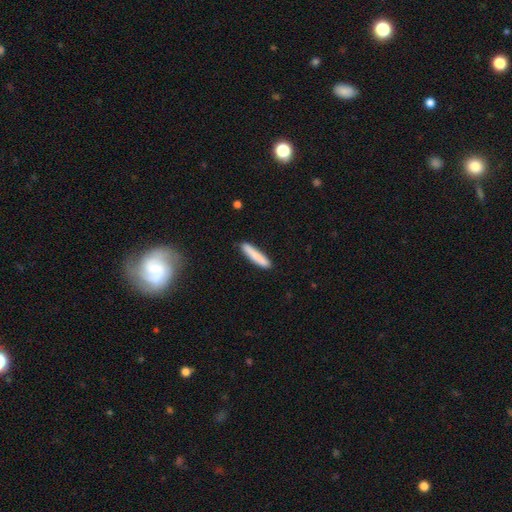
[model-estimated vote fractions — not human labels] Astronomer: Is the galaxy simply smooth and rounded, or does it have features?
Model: smooth — 83%.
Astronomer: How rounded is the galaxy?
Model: cigar-shaped — 90%.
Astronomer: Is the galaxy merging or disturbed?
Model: none — 88%.